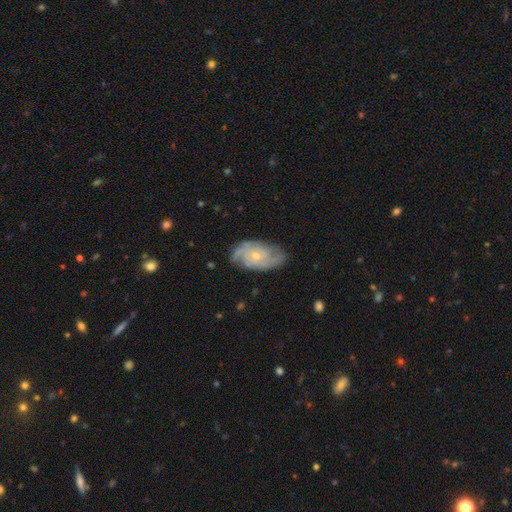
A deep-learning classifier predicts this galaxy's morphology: This is clearly a featured or disk galaxy (83%). It is clearly not viewed edge-on (96%). Bar: likely no (74%). Spiral arm pattern: clearly yes (95%). Spiral arm count: marginally 2 (38%). Spiral winding: possibly tight (48%). Central bulge: likely small (72%). Merging: likely none (75%).